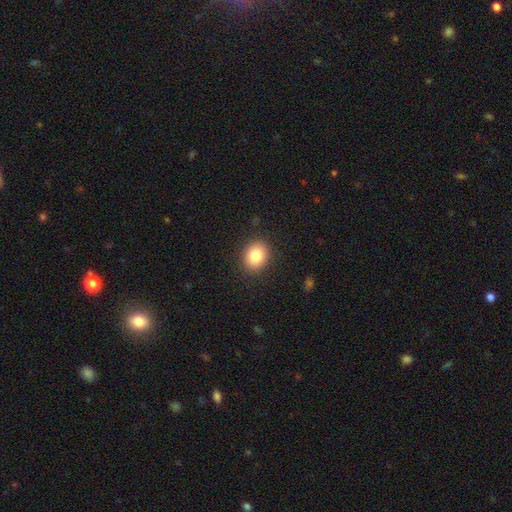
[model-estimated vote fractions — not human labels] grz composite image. It shows a smooth galaxy with no disk features (83%) that is round (54%). Merging: none (88%).